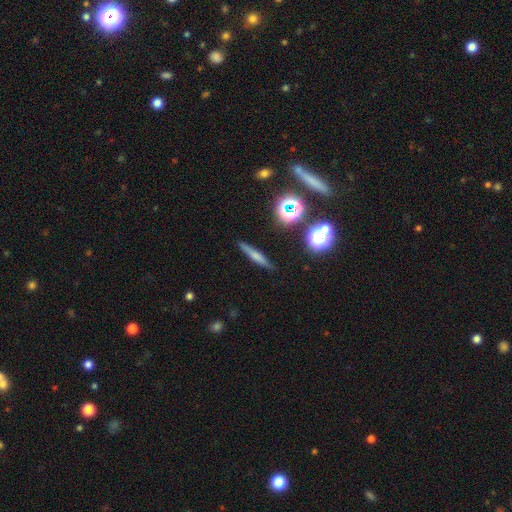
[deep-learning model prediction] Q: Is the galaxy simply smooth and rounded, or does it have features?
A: smooth — 52%.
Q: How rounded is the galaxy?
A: cigar-shaped — 85%.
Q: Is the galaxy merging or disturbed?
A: none — 87%.